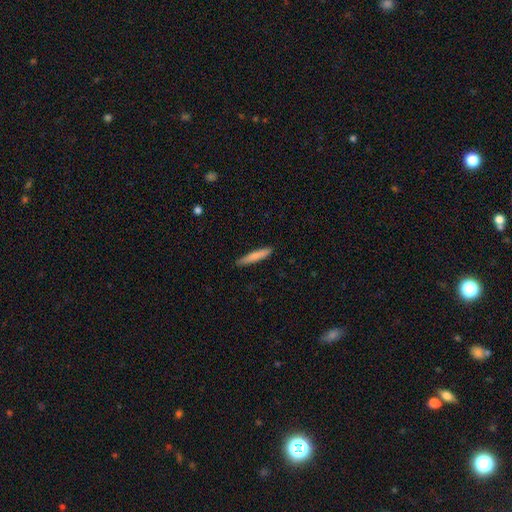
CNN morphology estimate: A smooth galaxy with no disk features (78%) that is cigar-shaped (91%). Merging: none (88%).